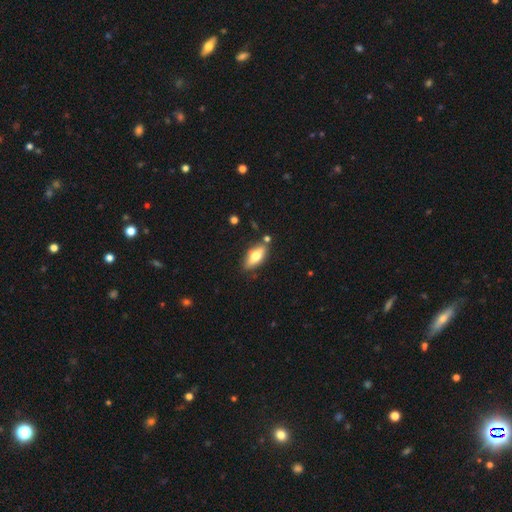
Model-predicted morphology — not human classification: Overall: smooth (64%; featured or disk 29%). How rounded: in between (74%). Merging: none (78%).